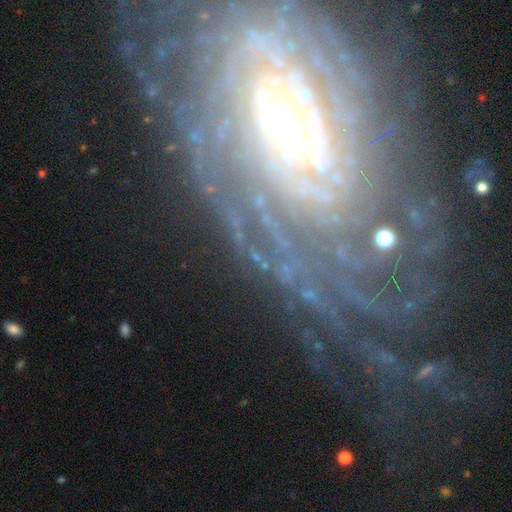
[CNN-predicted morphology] A featured or disk galaxy (83%) with no bar (56%), tight (75%) spiral arms (93%) and a small central bulge (45%). Merging: none (71%).